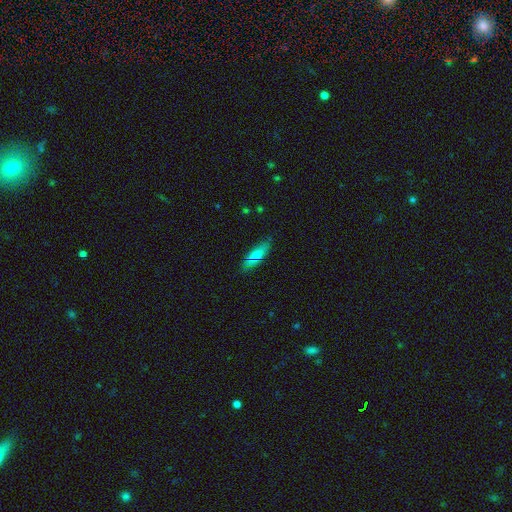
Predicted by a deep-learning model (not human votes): The model was most divided on "how rounded": in between: 50%, cigar-shaped: 48%, round: 3%. More confident: merging — none (80%); smooth or featured — smooth (68%).